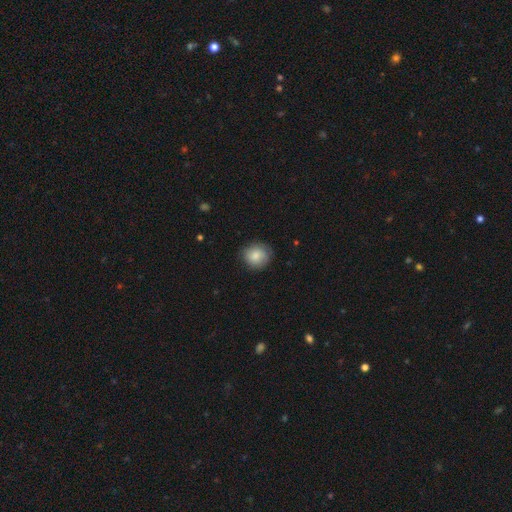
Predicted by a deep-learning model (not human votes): Smooth or featured? smooth (82%)
How rounded? round (84%)
Merging? none (80%)